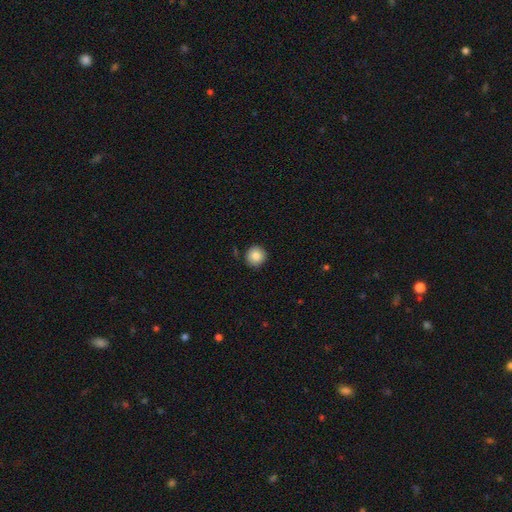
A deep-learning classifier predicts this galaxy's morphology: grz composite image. It shows a smooth galaxy with no disk features (83%) that is round (95%). Merging: none (90%).